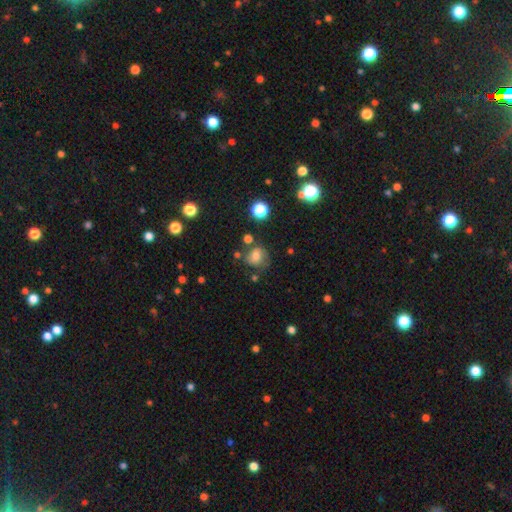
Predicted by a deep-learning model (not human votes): The model was most divided on "smooth or featured": smooth: 61%, featured or disk: 23%, star or artifact: 16%. More confident: how rounded — round (74%); merging — none (61%).